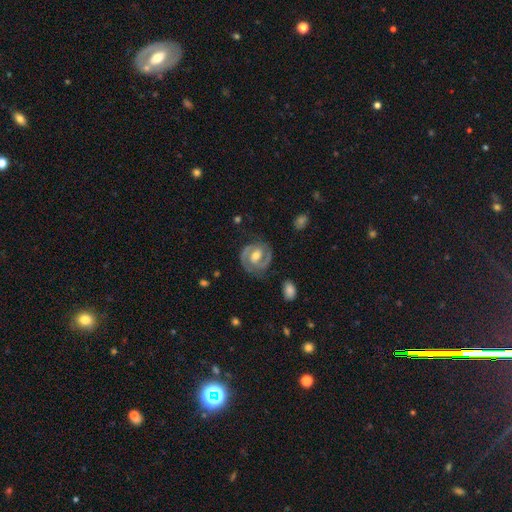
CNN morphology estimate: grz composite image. It shows a featured or disk galaxy (85%) with a weak bar (45%), 2 (88%) tight (46%) spiral arms (94%) and a moderate central bulge (70%). Merging: none (78%).